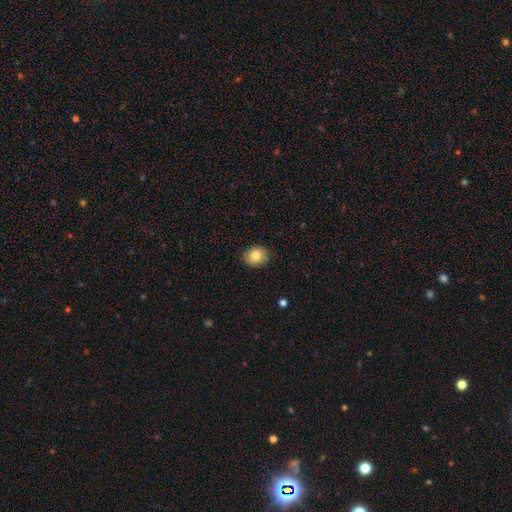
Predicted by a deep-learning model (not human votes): Morphology: type=smooth (83%); roundness=round (57%); merging=none (88%).